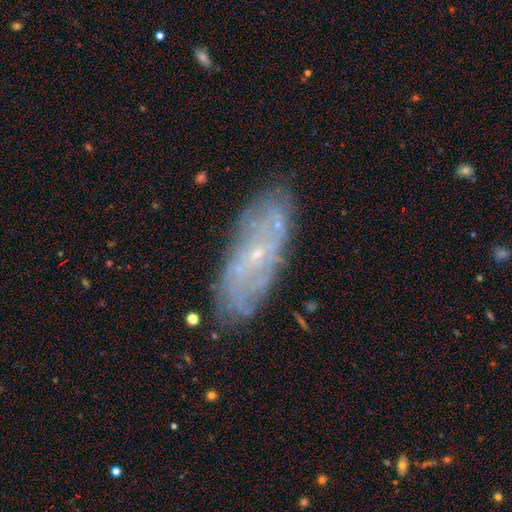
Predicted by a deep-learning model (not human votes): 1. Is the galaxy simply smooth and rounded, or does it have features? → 72% featured or disk, 18% smooth, 9% star or artifact.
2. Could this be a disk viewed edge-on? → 84% no, 16% yes.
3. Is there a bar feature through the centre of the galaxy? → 64% no, 29% weak, 7% strong.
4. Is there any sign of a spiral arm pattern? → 80% yes, 20% no.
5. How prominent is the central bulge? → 85% small, 9% moderate, 4% none, 1% large, 1% dominant.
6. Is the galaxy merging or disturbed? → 81% none, 13% minor disturbance, 4% major disturbance, 2% merger.